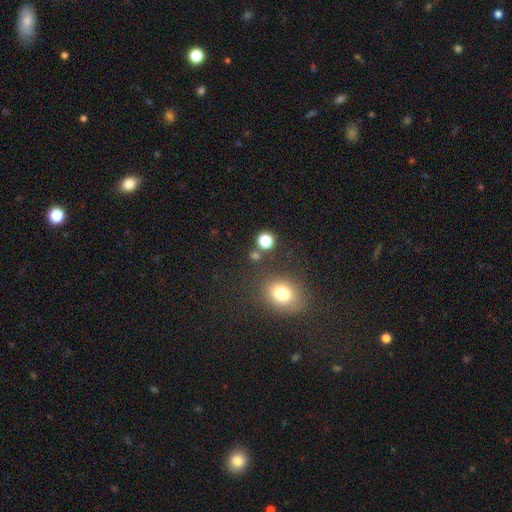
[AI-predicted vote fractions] This is likely a smooth galaxy (70%). How rounded: clearly round (81%). Merging: likely none (78%).